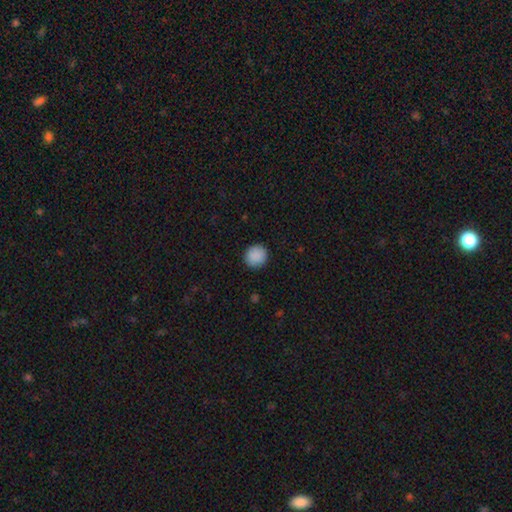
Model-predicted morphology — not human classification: Smooth or featured: smooth — 89% (star or artifact — 8%)
How rounded: round — 92% (in between — 7%)
Merging: none — 90% (minor disturbance — 7%)